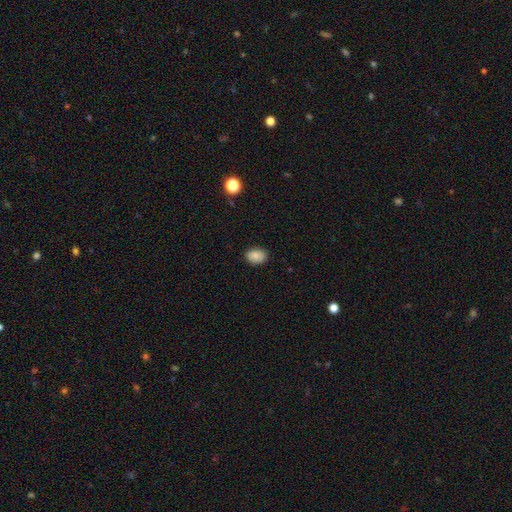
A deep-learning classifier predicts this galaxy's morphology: Q: Smooth or featured?
A: smooth (83%); runner-up: star or artifact (9%)
Q: How rounded?
A: in between (70%); runner-up: round (29%)
Q: Merging?
A: none (85%); runner-up: minor disturbance (12%)